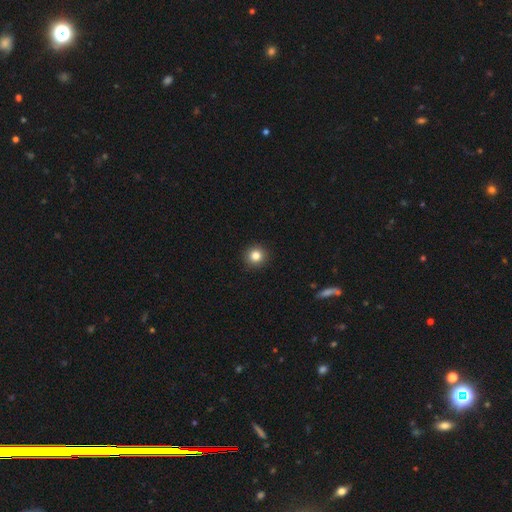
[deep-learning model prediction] Q: Smooth or featured?
A: smooth (83%); runner-up: star or artifact (11%)
Q: How rounded?
A: round (94%); runner-up: in between (6%)
Q: Merging?
A: none (93%); runner-up: minor disturbance (5%)